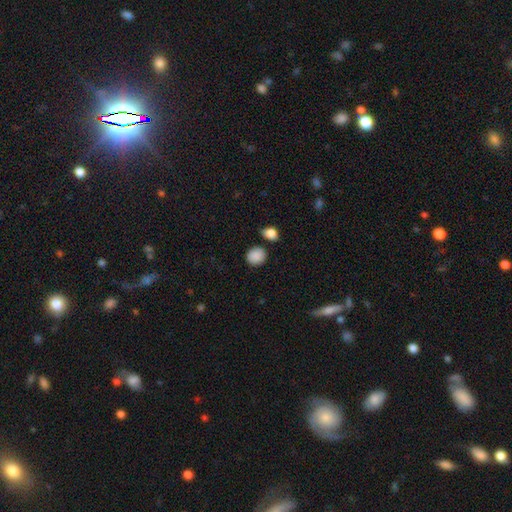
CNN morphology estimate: This is clearly a smooth galaxy (88%). How rounded: likely round (79%). Merging: likely none (80%).